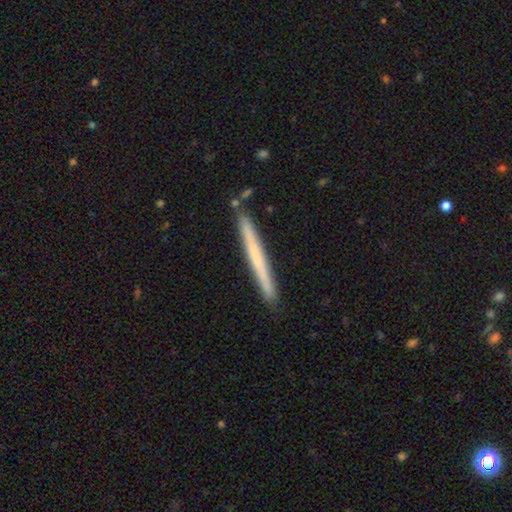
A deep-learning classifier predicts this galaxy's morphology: smooth-or-featured: smooth: 55% | featured or disk: 40% | star or artifact: 5%
  how-rounded: cigar-shaped: 97% | in between: 1% | round: 1%
  merging: none: 89% | minor disturbance: 7% | merger: 2% | major disturbance: 1%